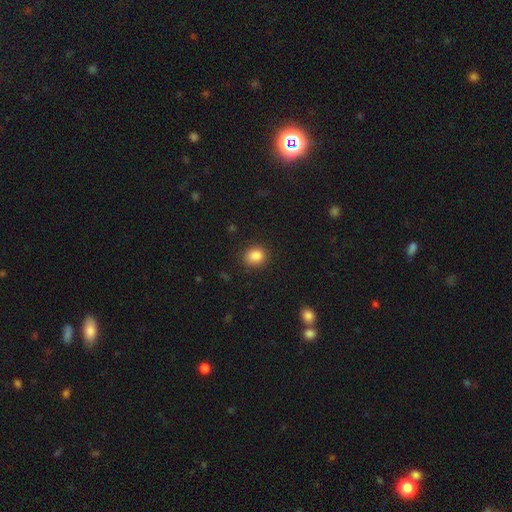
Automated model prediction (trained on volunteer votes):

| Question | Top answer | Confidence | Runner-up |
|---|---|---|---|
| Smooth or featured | smooth | 87% | star or artifact (9%) |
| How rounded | round | 64% | in between (35%) |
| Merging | none | 86% | minor disturbance (10%) |